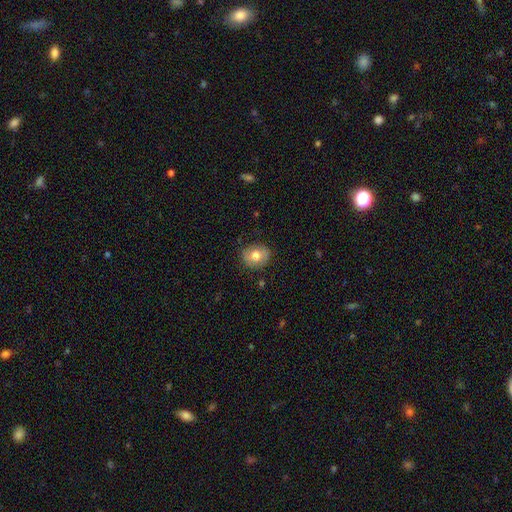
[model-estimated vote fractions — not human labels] Overall: smooth (70%). How rounded: round (65%; in between 34%). Merging: none (82%).